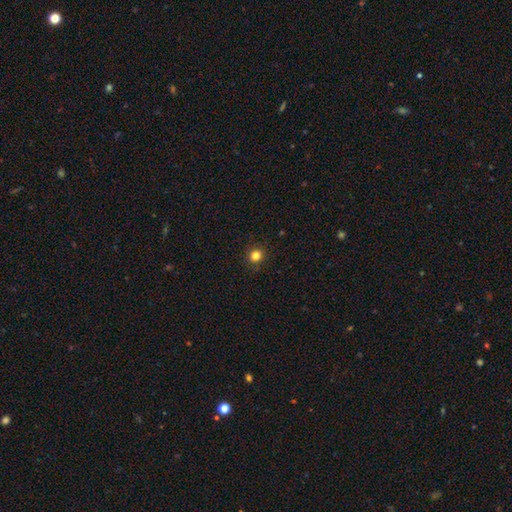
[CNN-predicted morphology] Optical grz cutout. It shows a smooth galaxy with no disk features (82%) that is round (91%). Merging: none (91%).